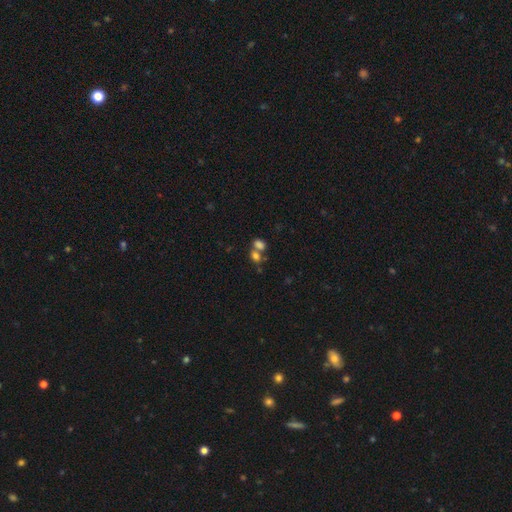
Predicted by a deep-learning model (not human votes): Smooth or featured? smooth (76%)
How rounded? in between (68%)
Merging? merger (56%)